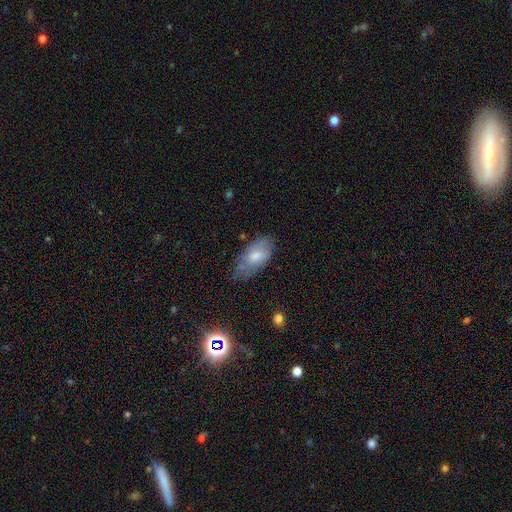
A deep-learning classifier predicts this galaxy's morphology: Smooth or featured: smooth — 66% (featured or disk — 27%)
How rounded: in between — 92% (cigar-shaped — 5%)
Merging: none — 61% (minor disturbance — 29%)